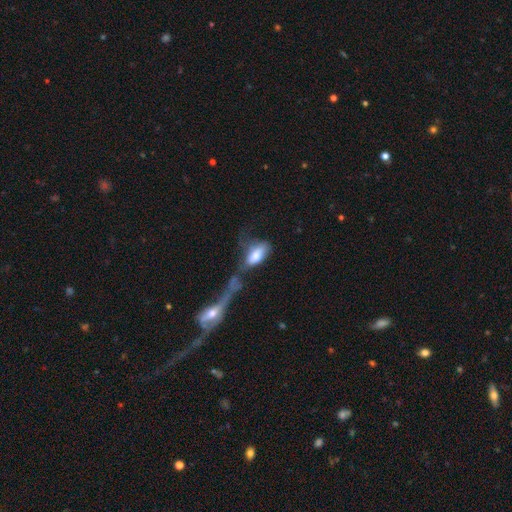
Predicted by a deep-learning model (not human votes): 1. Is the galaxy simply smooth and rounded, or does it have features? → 71% smooth, 22% featured or disk, 7% star or artifact.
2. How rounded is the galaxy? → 88% in between, 8% cigar-shaped, 3% round.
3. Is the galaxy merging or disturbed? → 38% merger, 28% major disturbance, 19% none, 15% minor disturbance.